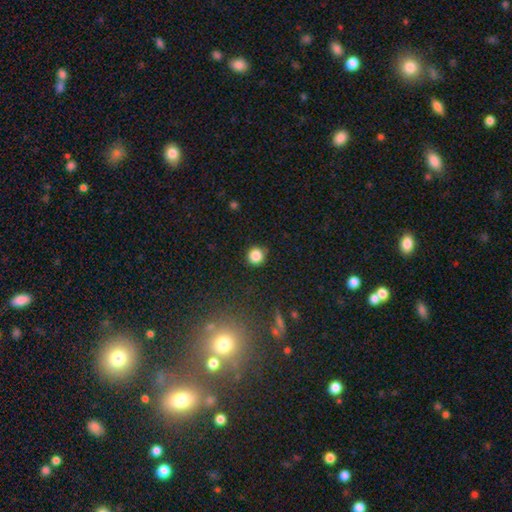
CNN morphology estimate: Smooth or featured: smooth — 84% (star or artifact — 12%)
How rounded: round — 94% (in between — 5%)
Merging: none — 89% (minor disturbance — 7%)